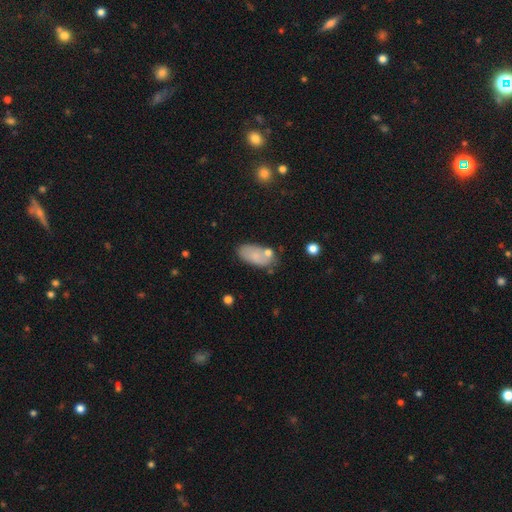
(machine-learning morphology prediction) smooth 78%, featured or disk 14%, star or artifact 8%. Down the decision tree: how rounded — in between (92%); merging — none (63%).